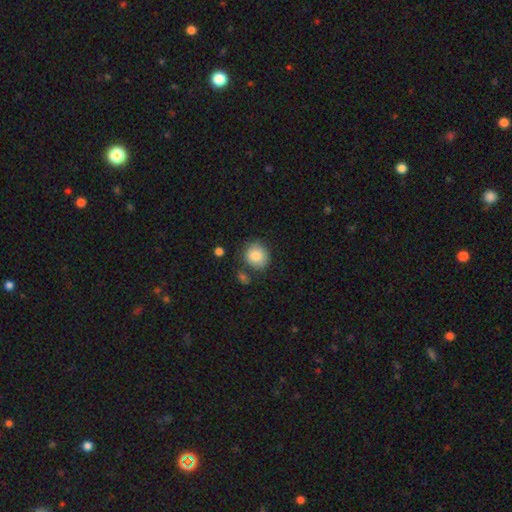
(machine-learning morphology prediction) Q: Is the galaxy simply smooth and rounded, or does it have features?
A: smooth — 83%.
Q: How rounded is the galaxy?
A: round — 82%.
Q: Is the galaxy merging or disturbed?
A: none — 74%.